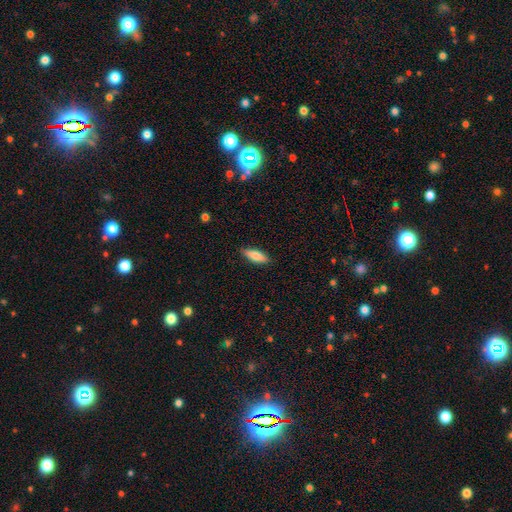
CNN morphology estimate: A smooth galaxy with no disk features (79%) that is in between round and cigar-shaped (57%). Merging: none (87%).